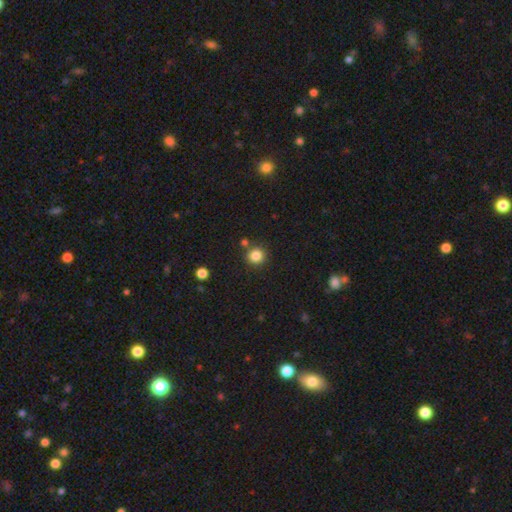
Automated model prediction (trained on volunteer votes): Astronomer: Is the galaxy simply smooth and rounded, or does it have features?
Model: smooth — 84%.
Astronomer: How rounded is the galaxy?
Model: round — 93%.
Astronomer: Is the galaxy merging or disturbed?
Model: none — 84%.